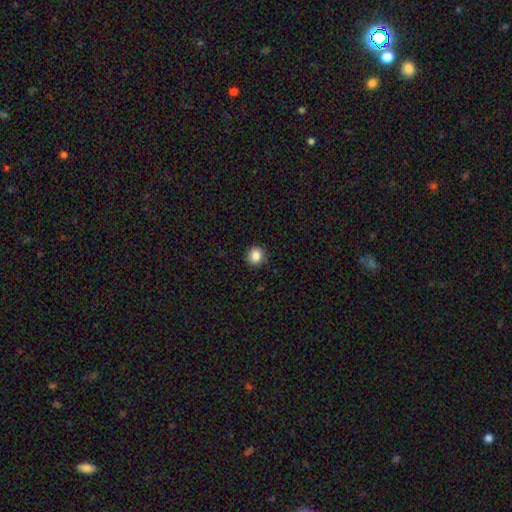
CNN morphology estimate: Smooth or featured?
  - smooth: 87% *
  - star or artifact: 10%
  - featured or disk: 4%
How rounded?
  - round: 86% *
  - in between: 13%
  - cigar-shaped: 1%
Merging?
  - none: 91% *
  - minor disturbance: 7%
  - major disturbance: 2%
  - merger: 1%